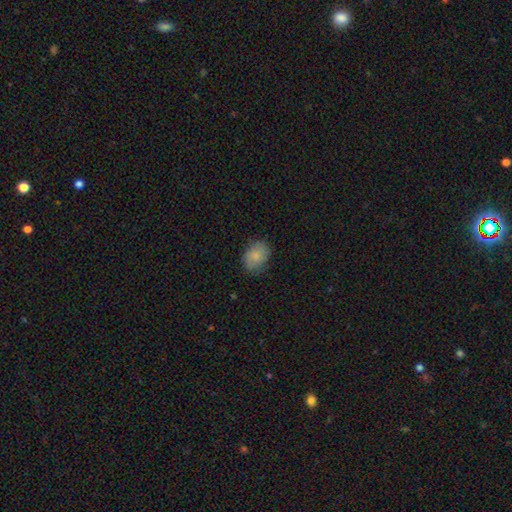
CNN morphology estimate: Smooth or featured: smooth — 81% (featured or disk — 11%)
How rounded: in between — 67% (round — 32%)
Merging: none — 76% (minor disturbance — 18%)